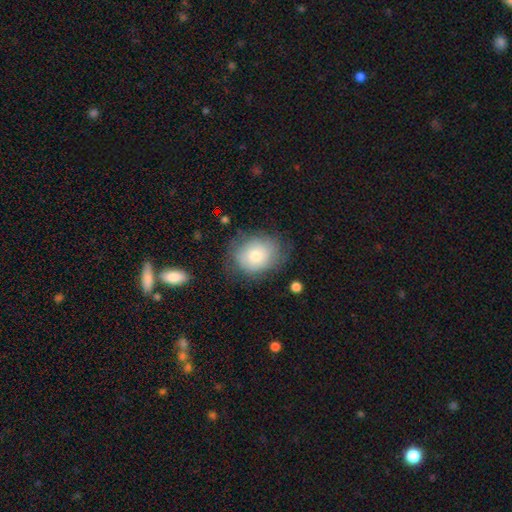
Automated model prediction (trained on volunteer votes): This appears to be a smooth galaxy with no disk features (69%) that is round (56%). Merging: none (68%).